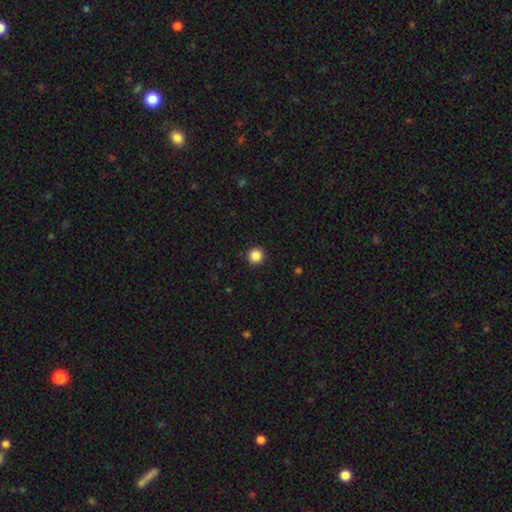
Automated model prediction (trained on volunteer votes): Morphology: type=smooth (87%); roundness=round (95%); merging=none (93%).